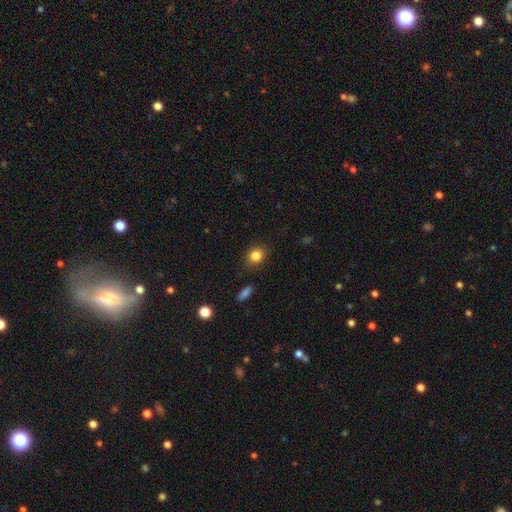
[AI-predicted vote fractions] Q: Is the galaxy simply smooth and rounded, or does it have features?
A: smooth — 84%.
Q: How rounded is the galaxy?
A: round — 68%.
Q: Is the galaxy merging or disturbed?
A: none — 84%.